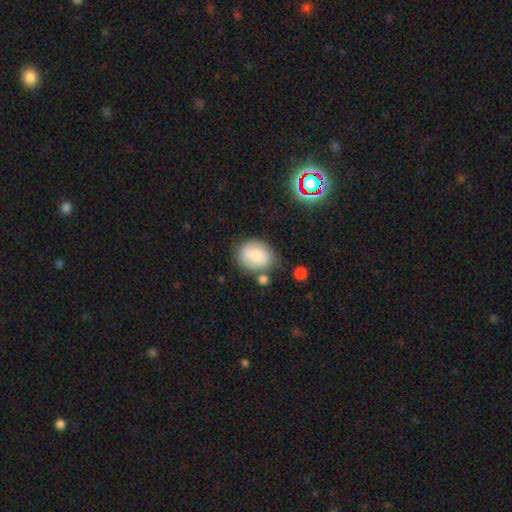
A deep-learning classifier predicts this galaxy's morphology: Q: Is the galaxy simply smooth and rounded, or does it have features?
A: smooth — 78%.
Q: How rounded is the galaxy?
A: round — 54%.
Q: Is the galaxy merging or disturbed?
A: none — 60%.